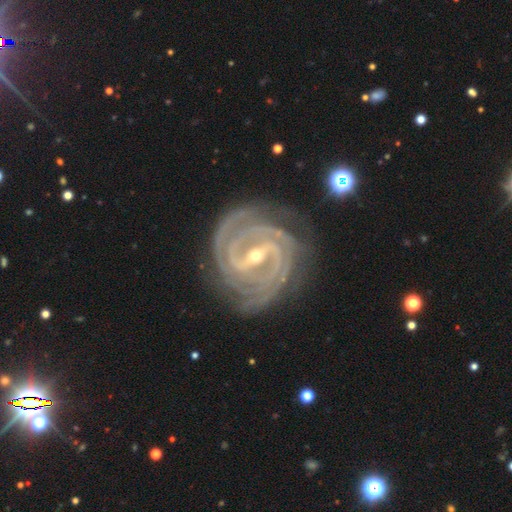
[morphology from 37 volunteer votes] Smooth or featured: featured or disk — 97% (smooth — 3%)
Edge-on disk: no — 94% (yes — 6%)
Bar: strong — 74% (weak — 18%)
Spiral arms: yes — 100%
Spiral winding: tight — 88% (medium — 12%)
Spiral arm count: 2 — 56% (3 — 29%)
Bulge size: small — 62% (moderate — 38%)
Merging: none — 81% (minor disturbance — 11%)